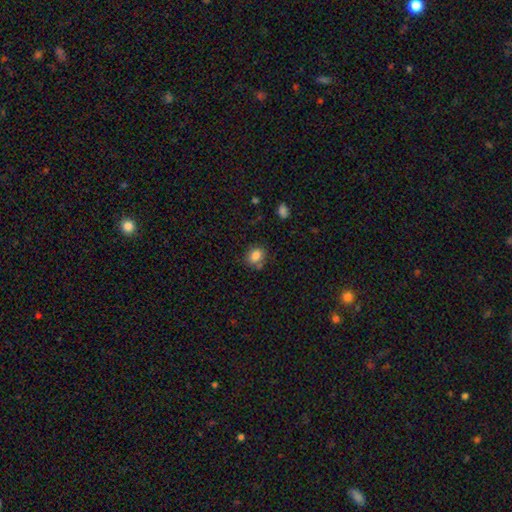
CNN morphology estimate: This appears to be a smooth galaxy with no disk features (82%) that is in between round and cigar-shaped (54%). Merging: none (70%).